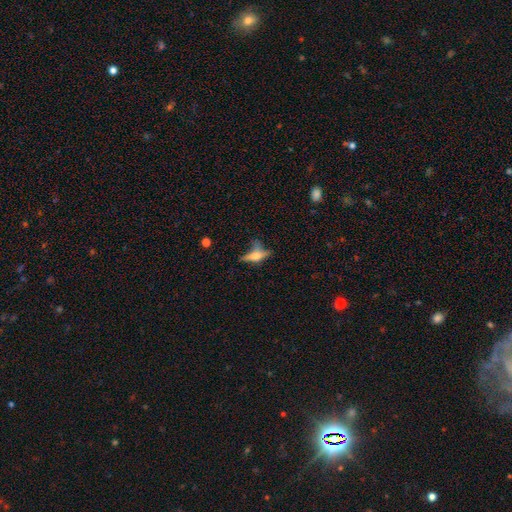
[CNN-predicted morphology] The model was most divided on "smooth or featured": smooth: 45%, featured or disk: 42%, star or artifact: 13%. Remaining: merging — none (46%).